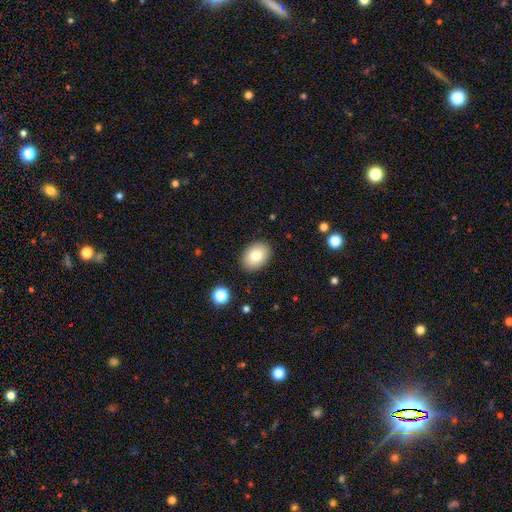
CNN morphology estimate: A smooth galaxy with no disk features (80%) that is in between round and cigar-shaped (76%). Merging: none (88%).